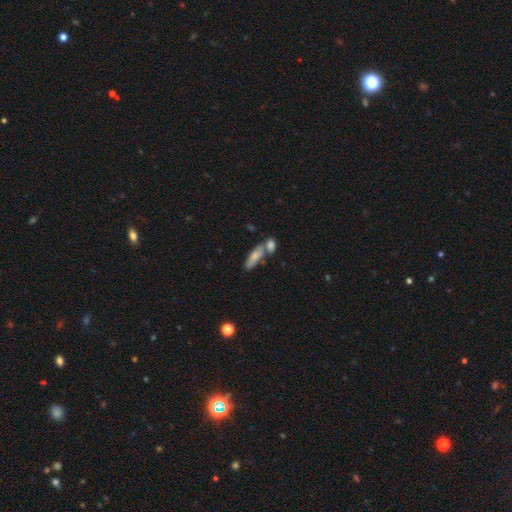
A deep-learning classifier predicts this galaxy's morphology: Smooth or featured? Predicted: smooth (p=0.74). How rounded? Predicted: in between (p=0.51). Merging? Predicted: none (p=0.47).